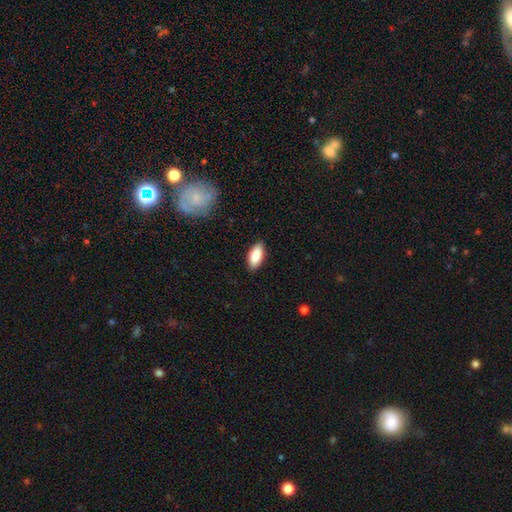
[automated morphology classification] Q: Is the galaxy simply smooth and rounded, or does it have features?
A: smooth — 87%.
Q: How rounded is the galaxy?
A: in between — 89%.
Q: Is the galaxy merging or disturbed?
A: none — 88%.